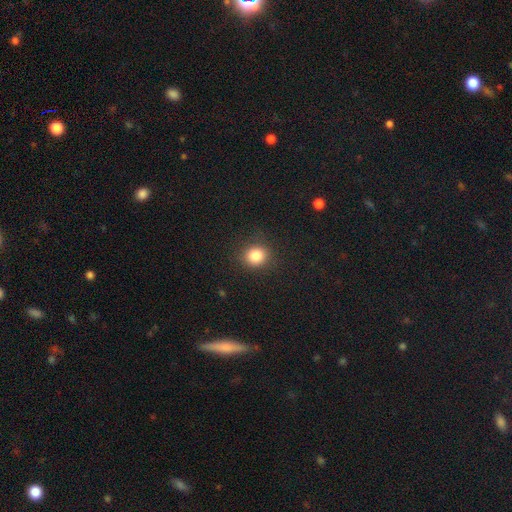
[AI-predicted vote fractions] This is clearly a smooth galaxy (84%). How rounded: clearly round (83%). Merging: clearly none (87%).